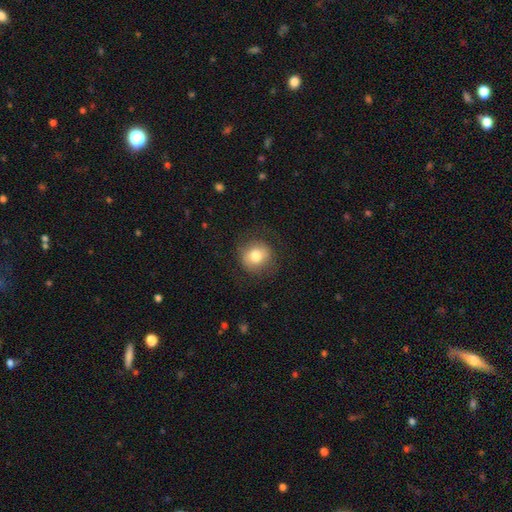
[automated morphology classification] Smooth or featured?
  - smooth: 76% *
  - featured or disk: 15%
  - star or artifact: 9%
How rounded?
  - round: 84% *
  - in between: 15%
  - cigar-shaped: 1%
Merging?
  - none: 78% *
  - minor disturbance: 13%
  - major disturbance: 7%
  - merger: 1%